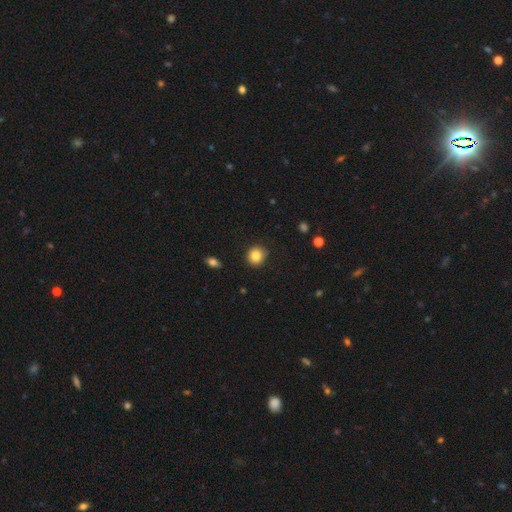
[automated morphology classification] Smooth or featured: smooth — 84% (star or artifact — 10%)
How rounded: round — 87% (in between — 12%)
Merging: none — 88% (minor disturbance — 9%)